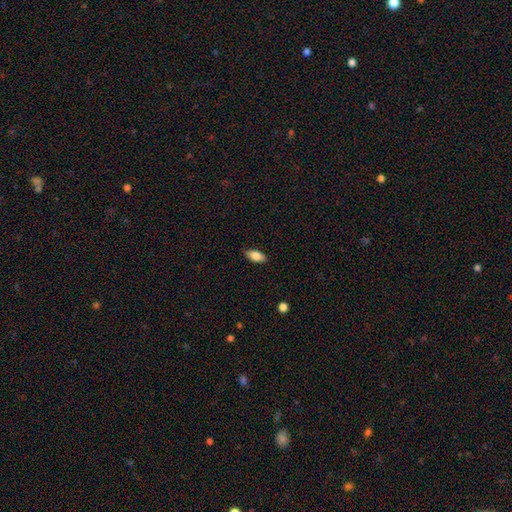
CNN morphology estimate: Overall: smooth (82%). How rounded: in between (88%). Merging: none (86%).